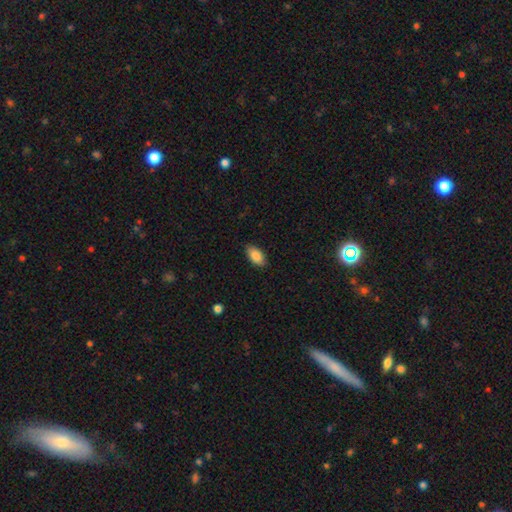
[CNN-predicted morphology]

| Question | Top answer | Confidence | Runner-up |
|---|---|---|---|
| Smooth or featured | smooth | 87% | star or artifact (7%) |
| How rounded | in between | 94% | cigar-shaped (3%) |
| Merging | none | 87% | minor disturbance (10%) |